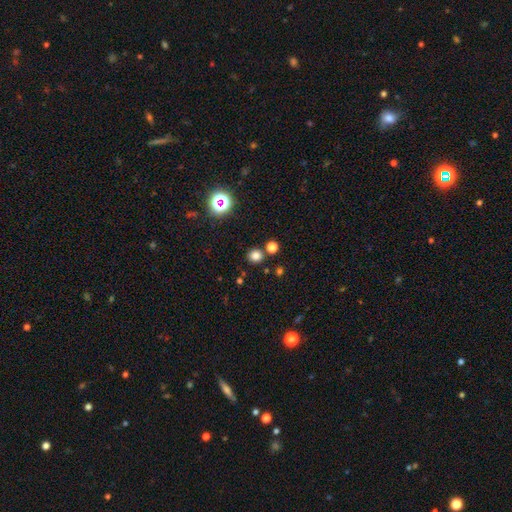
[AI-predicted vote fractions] This appears to be a smooth galaxy with no disk features (76%) that is round (88%). Merging: none (81%).